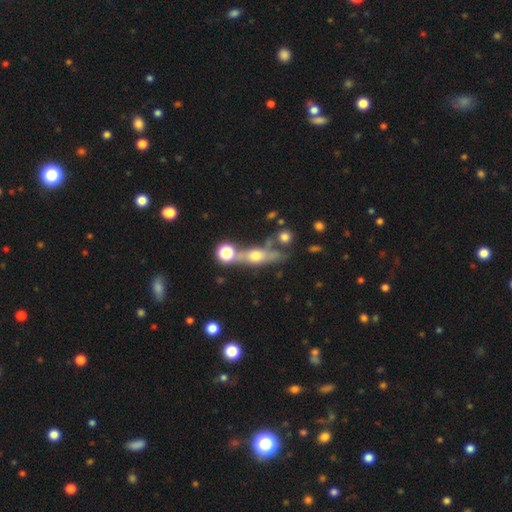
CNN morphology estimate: Smooth or featured?
  - featured or disk: 52% *
  - smooth: 36%
  - star or artifact: 12%
Edge-on disk?
  - yes: 77% *
  - no: 23%
Merging?
  - none: 58% *
  - merger: 20%
  - minor disturbance: 15%
  - major disturbance: 7%